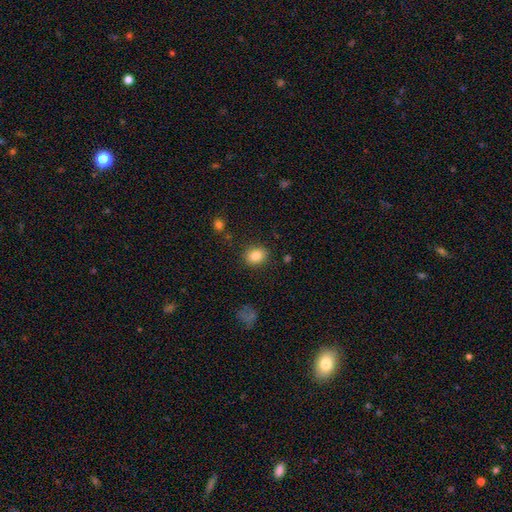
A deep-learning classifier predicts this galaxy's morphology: Q: Smooth or featured?
A: smooth (84%); runner-up: star or artifact (9%)
Q: How rounded?
A: round (55%); runner-up: in between (44%)
Q: Merging?
A: none (86%); runner-up: minor disturbance (9%)